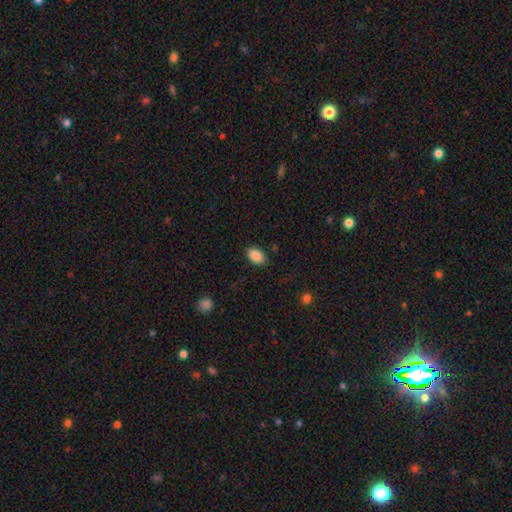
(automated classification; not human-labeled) smooth_or_featured: smooth (p=0.88) [alt: star or artifact p=0.08]
how_rounded: in between (p=0.90) [alt: round p=0.09]
merging: none (p=0.86) [alt: minor disturbance p=0.10]